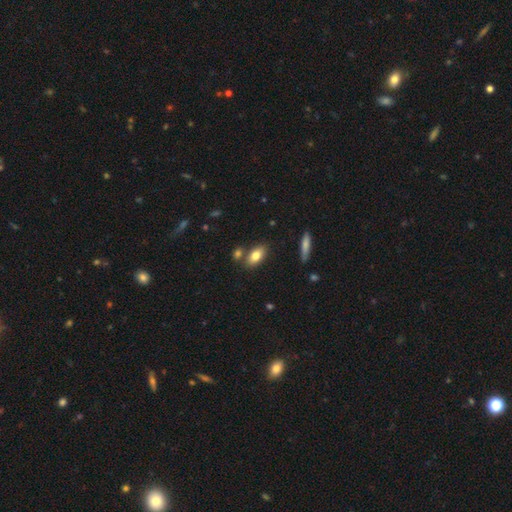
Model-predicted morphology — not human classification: This is likely a smooth galaxy (79%). How rounded: clearly in between (87%). Merging: likely none (73%).